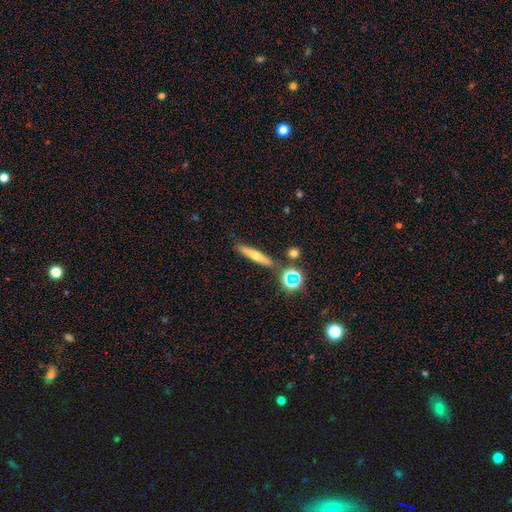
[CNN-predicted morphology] This appears to be a smooth galaxy with no disk features (51%) that is cigar-shaped (86%). Merging: none (82%).